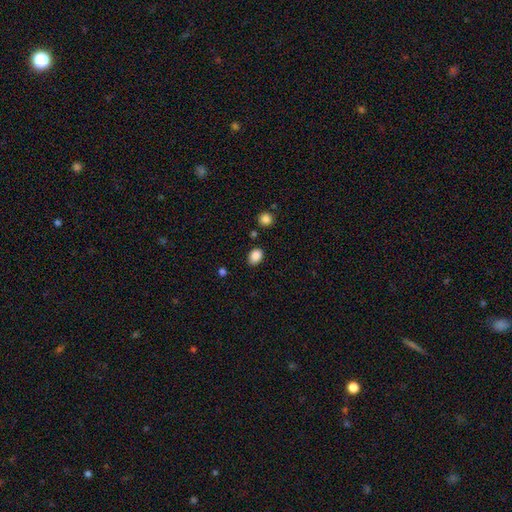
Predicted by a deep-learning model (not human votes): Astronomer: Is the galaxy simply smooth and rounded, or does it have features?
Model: smooth — 87%.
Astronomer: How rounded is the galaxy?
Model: in between — 77%.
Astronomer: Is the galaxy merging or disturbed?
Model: none — 82%.